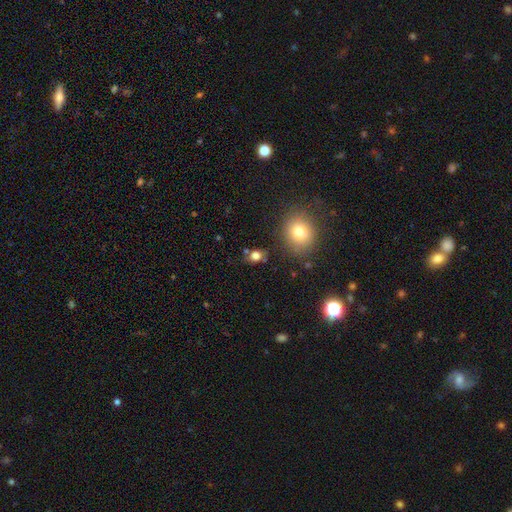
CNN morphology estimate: Overall: smooth (79%). How rounded: in between (54%; round 44%). Merging: none (74%).